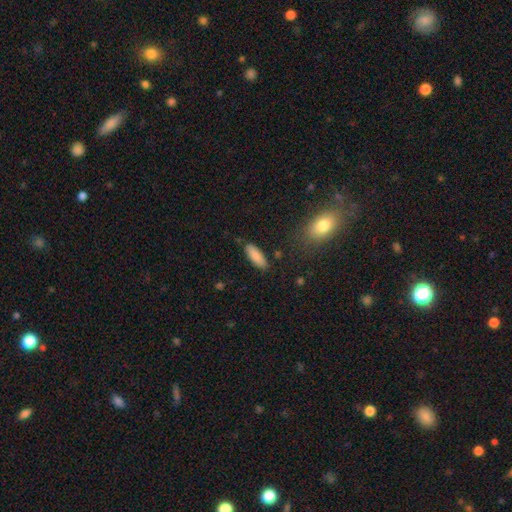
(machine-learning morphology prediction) A smooth galaxy with no disk features (87%) that is in between round and cigar-shaped (61%). Merging: none (85%).